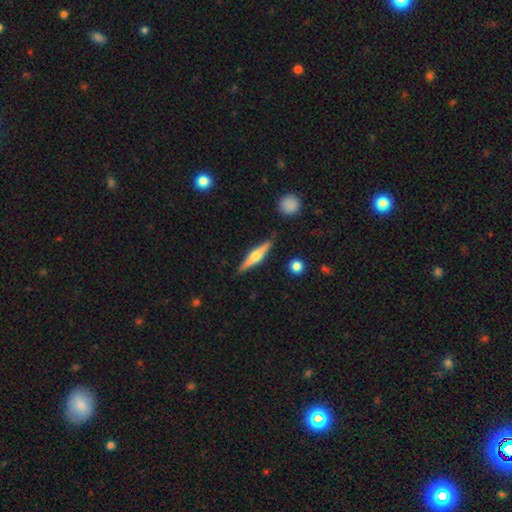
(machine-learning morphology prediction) smooth-or-featured: featured or disk: 68% | smooth: 26% | star or artifact: 6%
  disk-edge-on: yes: 97% | no: 3%
    edge-on-bulge: rounded: 90% | boxy: 7% | none: 4%
  merging: none: 87% | minor disturbance: 9% | merger: 2% | major disturbance: 2%